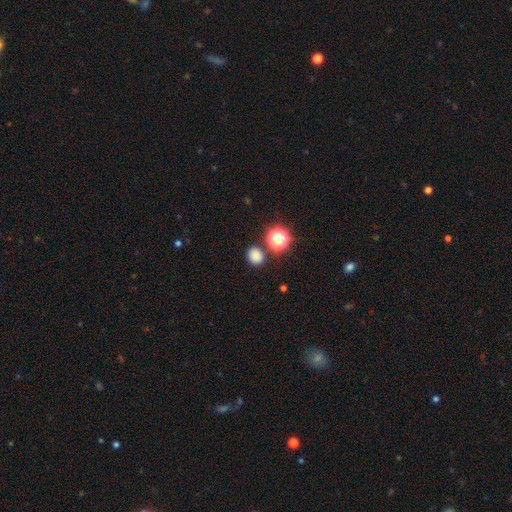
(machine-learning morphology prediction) The model was most divided on "how rounded": round: 75%, in between: 24%, cigar-shaped: 1%. More confident: merging — none (82%); smooth or featured — smooth (79%).